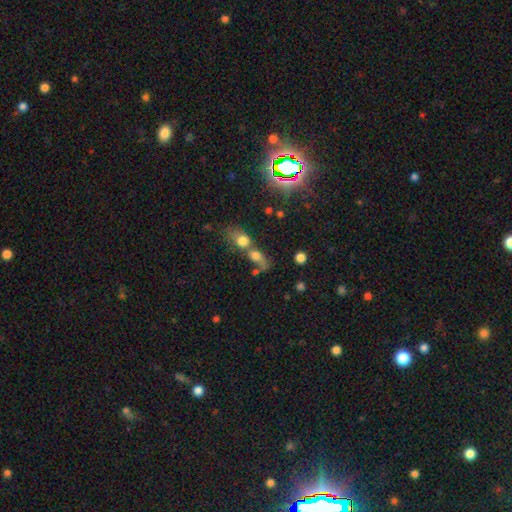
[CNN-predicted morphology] Smooth or featured? Predicted: smooth (p=0.63). How rounded? Predicted: in between (p=0.52). Merging? Predicted: merger (p=0.66).